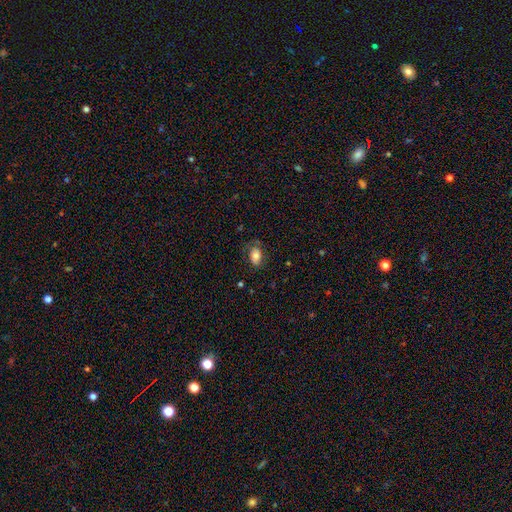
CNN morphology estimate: Smooth or featured: smooth — 70% (featured or disk — 22%)
How rounded: in between — 86% (round — 13%)
Merging: none — 64% (minor disturbance — 22%)